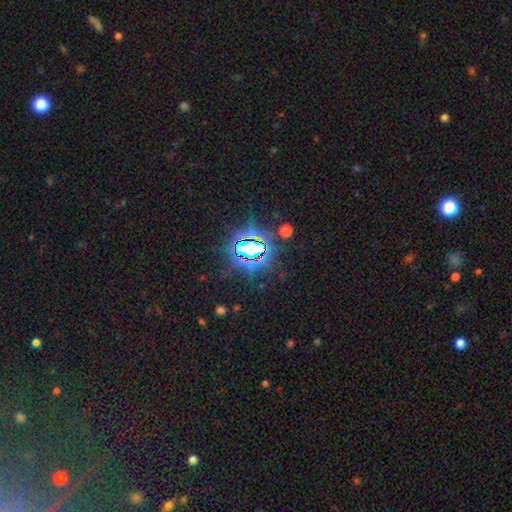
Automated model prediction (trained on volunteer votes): This appears to be a star or artifact, not a galaxy (78%).